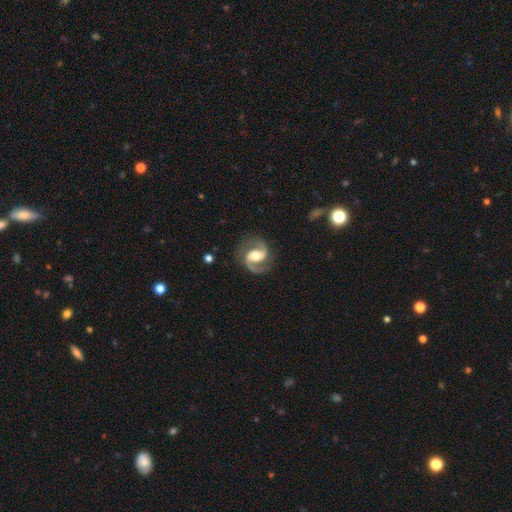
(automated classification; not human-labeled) A featured or disk galaxy (90%) with a weak bar (44%), 2 (93%) medium (60%) spiral arms (97%) and a moderate central bulge (67%).

Vote fractions:
- Smooth or featured? featured or disk: 90% / smooth: 6% / star or artifact: 4%
- Edge-on disk? no: 98% / yes: 2%
- Bar? weak: 44% / no: 29% / strong: 27%
- Spiral arms? yes: 97% / no: 3%
- Spiral winding? medium: 60% / loose: 22% / tight: 18%
- Spiral arm count? 2: 93% / 1: 2% / can't tell: 2% / 3: 1% / 4: 1% / more than 4: 1%
- Bulge size? moderate: 67% / large: 18% / small: 12% / none: 2% / dominant: 2%
- Merging? none: 82% / minor disturbance: 12% / major disturbance: 5% / merger: 1%